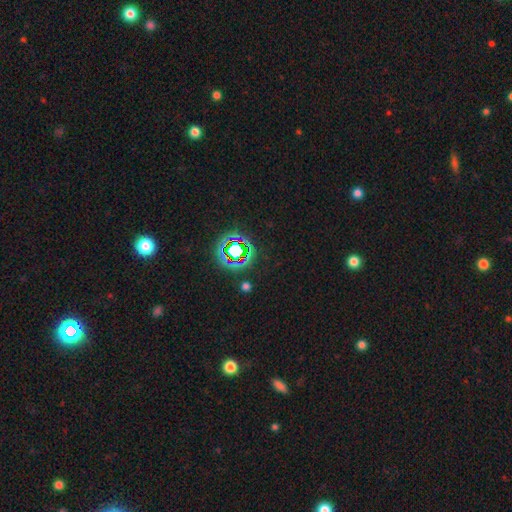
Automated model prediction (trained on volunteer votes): Morphology: type=star or artifact (67%).